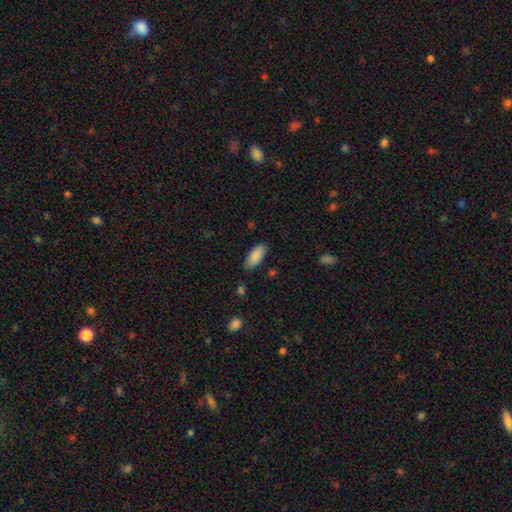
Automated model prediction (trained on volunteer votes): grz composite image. It shows a smooth galaxy with no disk features (89%) that is in between round and cigar-shaped (85%). Merging: none (85%).